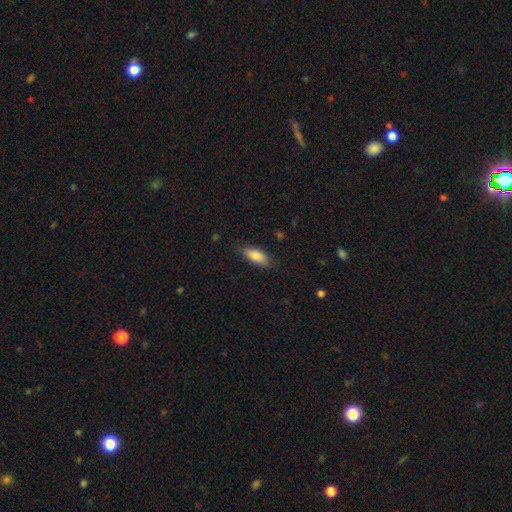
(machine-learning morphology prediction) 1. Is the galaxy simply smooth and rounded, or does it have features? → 83% smooth, 10% featured or disk, 6% star or artifact.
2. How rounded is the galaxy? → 79% in between, 19% cigar-shaped, 2% round.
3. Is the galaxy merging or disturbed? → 81% none, 15% minor disturbance, 3% major disturbance, 1% merger.